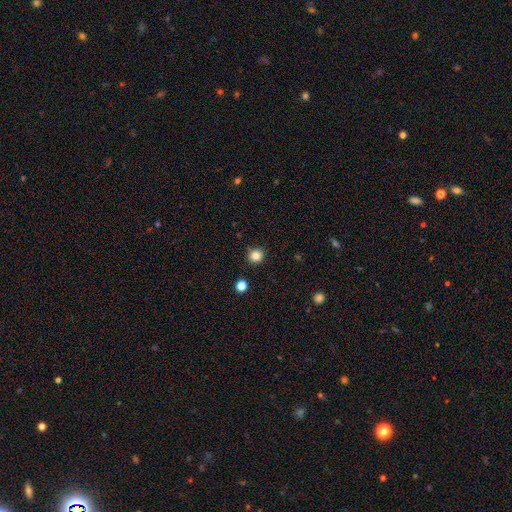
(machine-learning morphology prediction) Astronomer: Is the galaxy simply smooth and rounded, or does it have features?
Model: smooth — 84%.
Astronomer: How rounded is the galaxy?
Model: round — 91%.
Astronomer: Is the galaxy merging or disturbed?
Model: none — 90%.